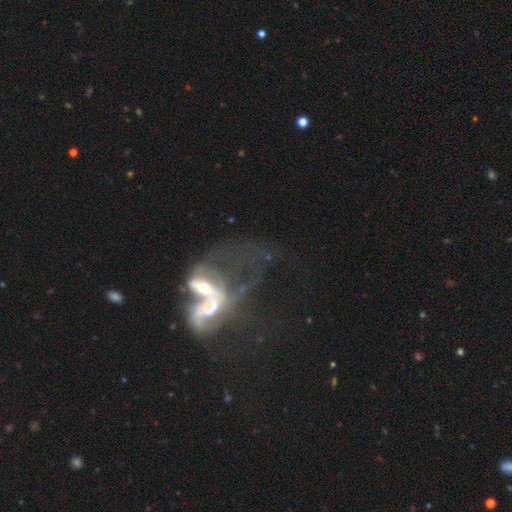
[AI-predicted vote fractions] Smooth or featured?
  - featured or disk: 67% *
  - smooth: 20%
  - star or artifact: 14%
Edge-on disk?
  - no: 92% *
  - yes: 8%
Bar?
  - no: 61% *
  - weak: 26%
  - strong: 13%
Spiral arms?
  - no: 51% *
  - yes: 49%
Bulge size?
  - moderate: 49% *
  - small: 29%
  - none: 11%
  - large: 9%
  - dominant: 3%
Merging?
  - merger: 71% *
  - major disturbance: 18%
  - none: 7%
  - minor disturbance: 5%